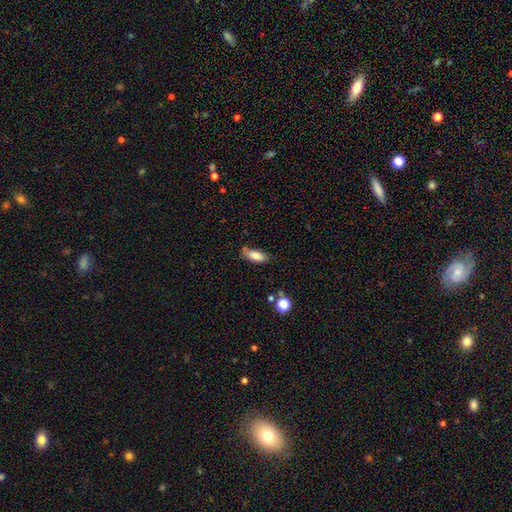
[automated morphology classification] smooth-or-featured: smooth: 82% | featured or disk: 9% | star or artifact: 8%
  how-rounded: in between: 75% | cigar-shaped: 23% | round: 2%
  merging: none: 63% | minor disturbance: 26% | major disturbance: 6% | merger: 5%